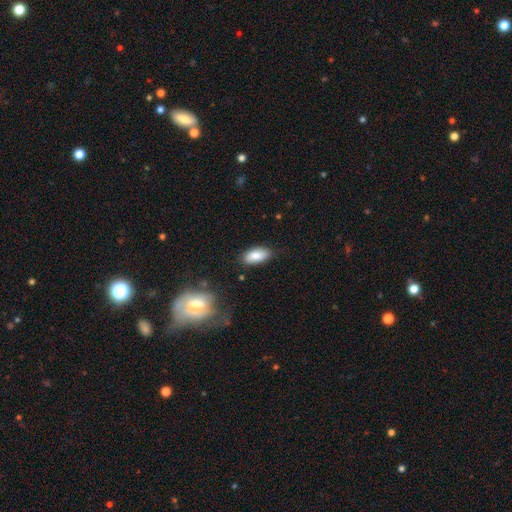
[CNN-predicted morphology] Smooth or featured? Predicted: smooth (p=0.83). How rounded? Predicted: in between (p=0.91). Merging? Predicted: none (p=0.79).